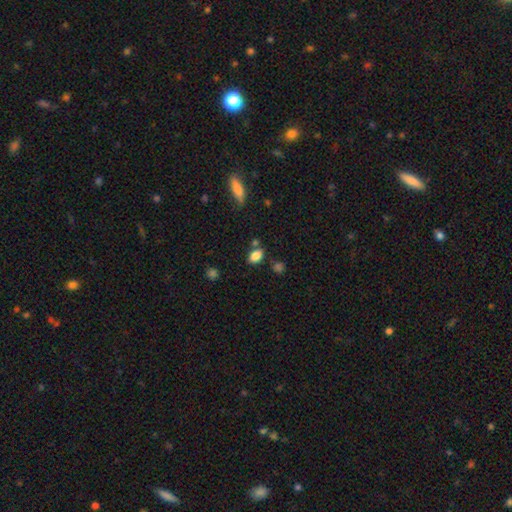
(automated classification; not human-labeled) A smooth galaxy with no disk features (84%) that is in between round and cigar-shaped (83%). Merging: none (73%).